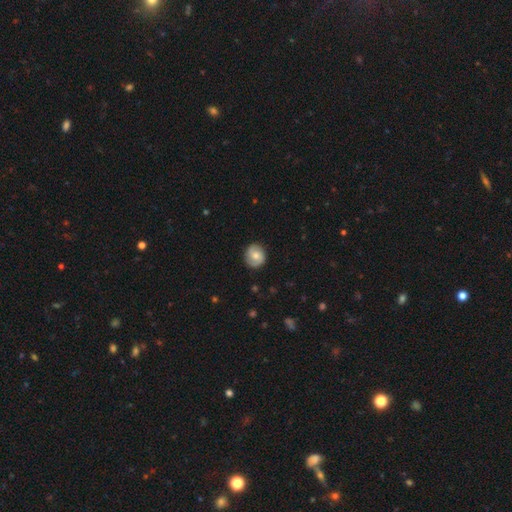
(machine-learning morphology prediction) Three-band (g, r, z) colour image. It shows a smooth galaxy with no disk features (51%) that is round (79%). Merging: none (83%).